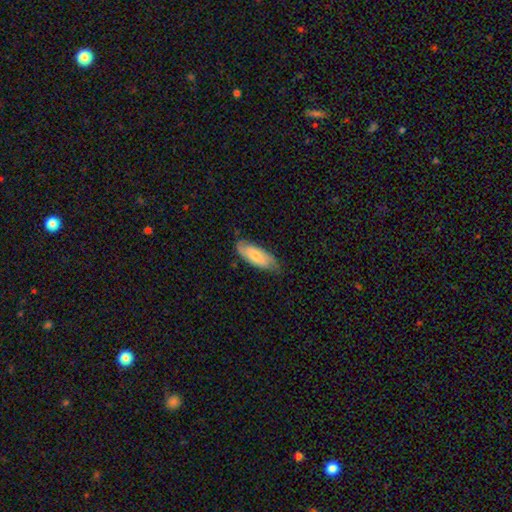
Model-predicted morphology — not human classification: smooth-or-featured: featured or disk: 53% | smooth: 41% | star or artifact: 6%
  disk-edge-on: no: 87% | yes: 13%
  merging: none: 71% | minor disturbance: 21% | major disturbance: 6% | merger: 1%